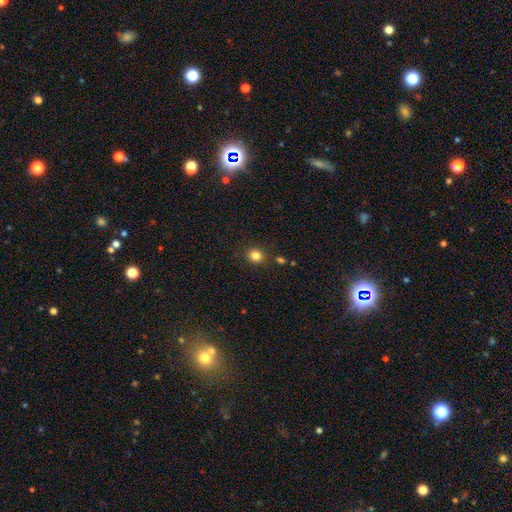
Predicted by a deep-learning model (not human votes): smooth 83%, star or artifact 12%, featured or disk 5%. Down the decision tree: how rounded — round (78%); merging — none (86%).